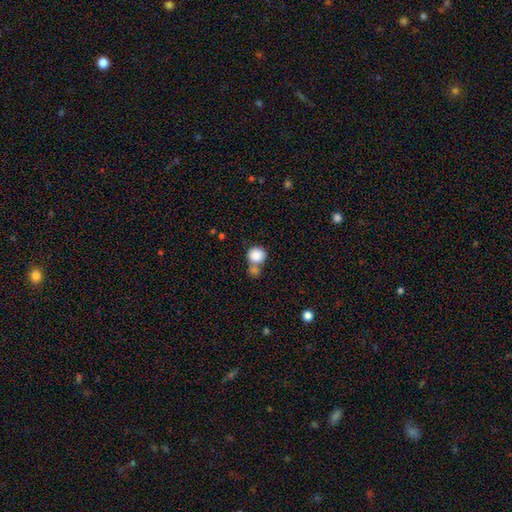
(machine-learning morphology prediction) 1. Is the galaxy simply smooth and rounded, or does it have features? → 86% smooth, 8% star or artifact, 6% featured or disk.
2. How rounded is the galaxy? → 84% round, 15% in between, 1% cigar-shaped.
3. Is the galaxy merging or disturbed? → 45% none, 40% merger, 10% minor disturbance, 4% major disturbance.